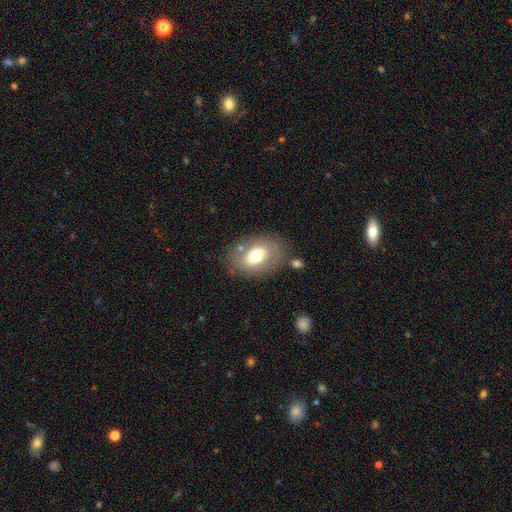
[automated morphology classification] Smooth or featured? smooth (64%)
How rounded? in between (79%)
Merging? none (72%)